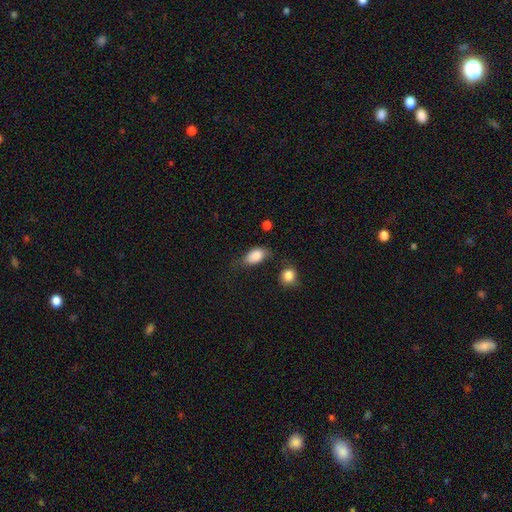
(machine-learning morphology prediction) This appears to be a smooth galaxy with no disk features (85%) that is in between round and cigar-shaped (89%). Merging: none (54%).